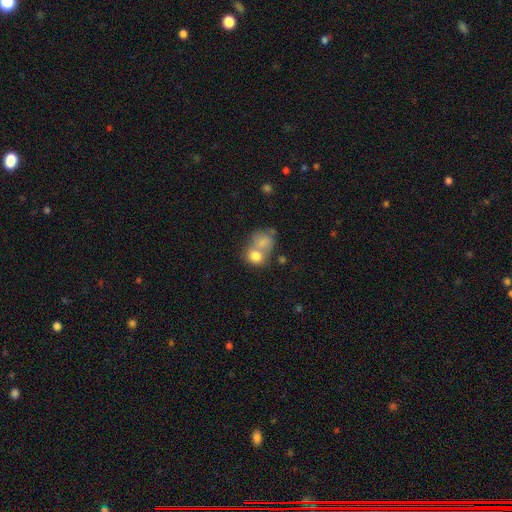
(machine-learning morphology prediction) Smooth or featured? Predicted: smooth (p=0.78). How rounded? Predicted: round (p=0.60). Merging? Predicted: merger (p=0.60).